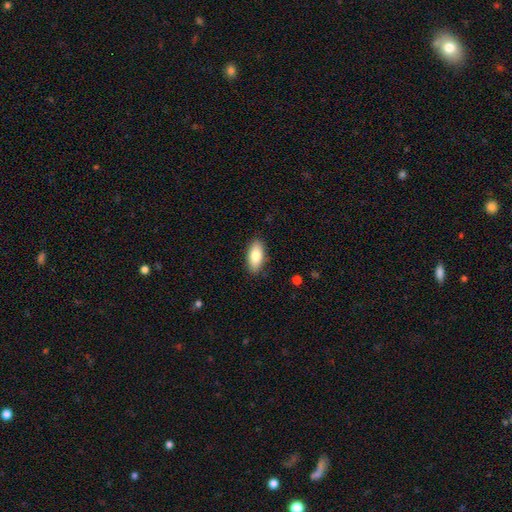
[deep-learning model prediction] Q: Smooth or featured?
A: smooth (80%); runner-up: featured or disk (13%)
Q: How rounded?
A: in between (87%); runner-up: cigar-shaped (10%)
Q: Merging?
A: none (87%); runner-up: minor disturbance (10%)